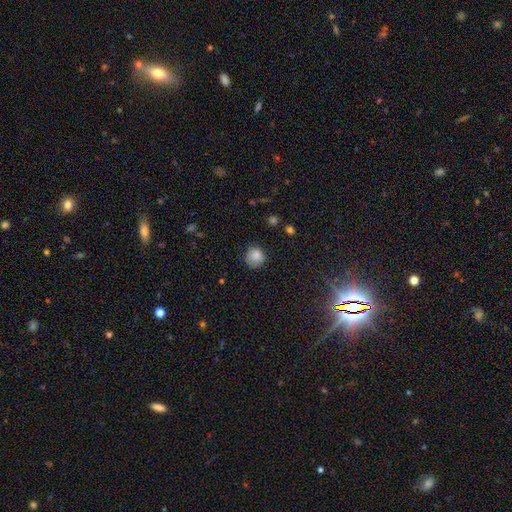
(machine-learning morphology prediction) smooth-or-featured: smooth: 84% | star or artifact: 10% | featured or disk: 6%
  how-rounded: round: 89% | in between: 11% | cigar-shaped: 1%
  merging: none: 72% | minor disturbance: 22% | major disturbance: 5% | merger: 1%